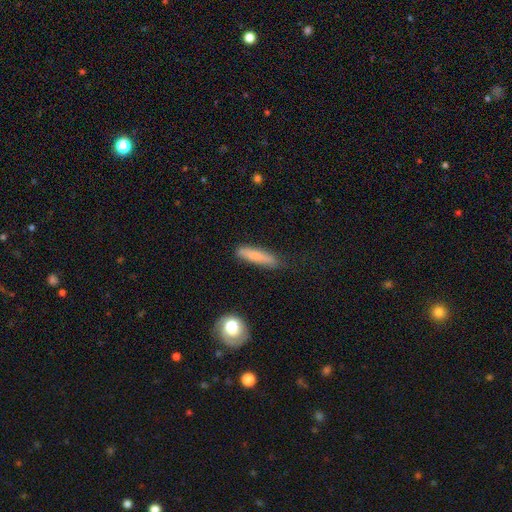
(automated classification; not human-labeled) Q: Smooth or featured?
A: smooth (79%); runner-up: featured or disk (14%)
Q: How rounded?
A: cigar-shaped (83%); runner-up: in between (14%)
Q: Merging?
A: none (78%); runner-up: minor disturbance (16%)